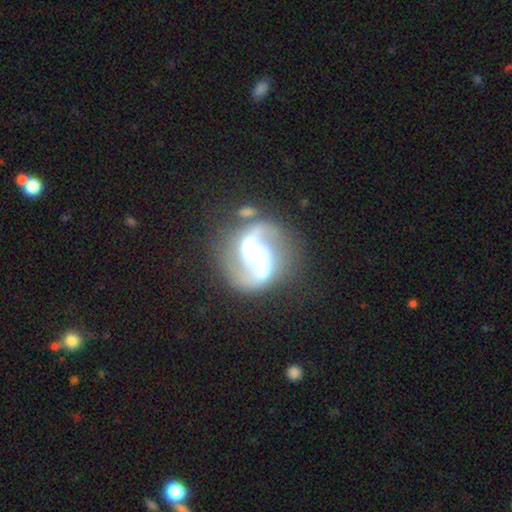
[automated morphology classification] smooth-or-featured: featured or disk: 91% | star or artifact: 5% | smooth: 4%
  disk-edge-on: no: 98% | yes: 2%
    bar: no: 38% | weak: 36% | strong: 25%
    has-spiral-arms: yes: 98% | no: 2%
      spiral-winding: medium: 53% | loose: 37% | tight: 10%
      spiral-arm-count: 2: 94% | can't tell: 1% | 1: 1% | 3: 1% | 4: 1% | more than 4: 1%
    bulge-size: moderate: 52% | large: 26% | small: 14% | dominant: 4% | none: 3%
  merging: none: 75% | minor disturbance: 13% | major disturbance: 7% | merger: 5%